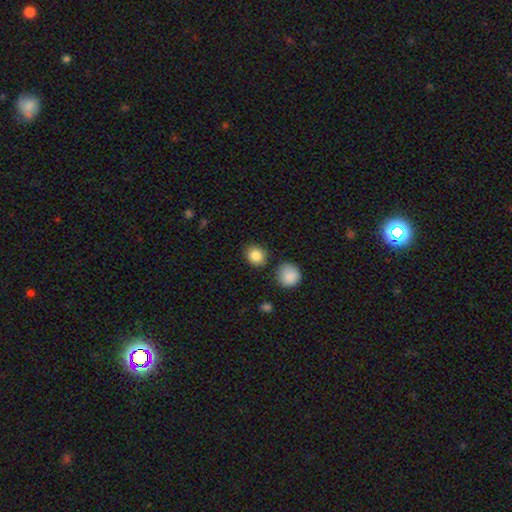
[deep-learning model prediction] smooth_or_featured: smooth (p=0.86) [alt: star or artifact p=0.09]
how_rounded: round (p=0.68) [alt: in between p=0.31]
merging: none (p=0.82) [alt: minor disturbance p=0.10]